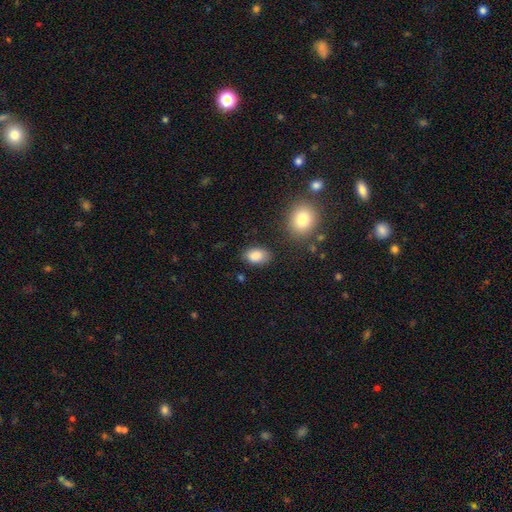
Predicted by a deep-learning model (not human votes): smooth-or-featured: smooth: 87% | star or artifact: 8% | featured or disk: 5%
  how-rounded: in between: 88% | round: 10% | cigar-shaped: 1%
  merging: none: 80% | minor disturbance: 13% | major disturbance: 3% | merger: 3%